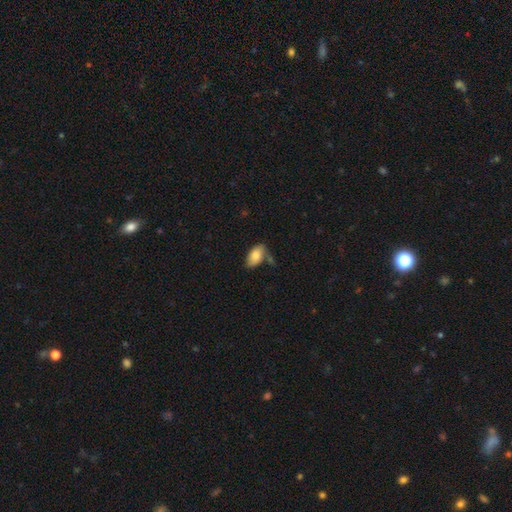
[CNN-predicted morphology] smooth_or_featured: smooth (p=0.83) [alt: featured or disk p=0.11]
how_rounded: in between (p=0.94) [alt: round p=0.04]
merging: none (p=0.66) [alt: minor disturbance p=0.20]